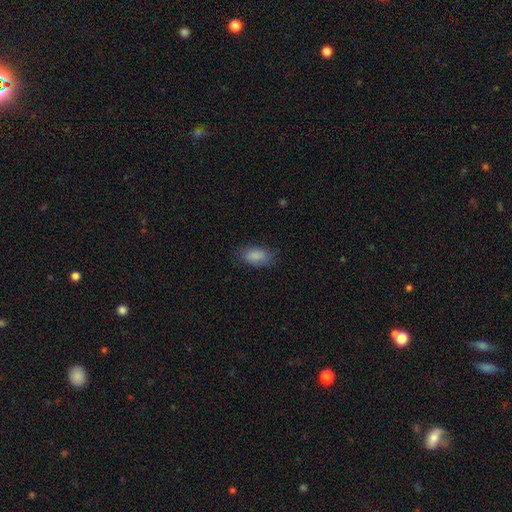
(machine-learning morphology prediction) smooth 85%, featured or disk 7%, star or artifact 7%. Down the decision tree: how rounded — in between (92%); merging — none (75%).